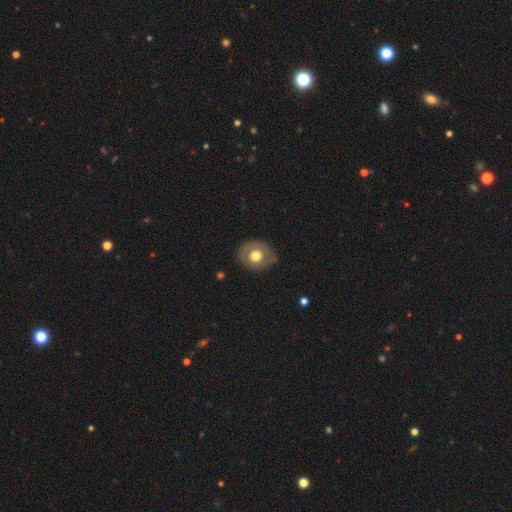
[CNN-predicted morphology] Q: Smooth or featured?
A: smooth (62%); runner-up: featured or disk (30%)
Q: How rounded?
A: round (76%); runner-up: in between (23%)
Q: Merging?
A: none (76%); runner-up: minor disturbance (18%)